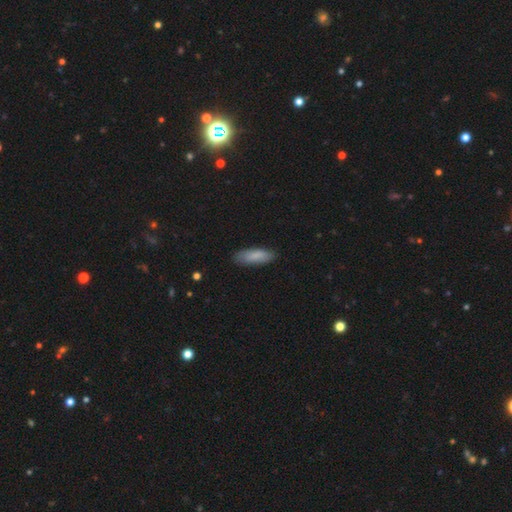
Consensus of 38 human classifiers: This appears to be a smooth galaxy with no disk features (89%) that is in between round and cigar-shaped (62%). Merging: none (95%).